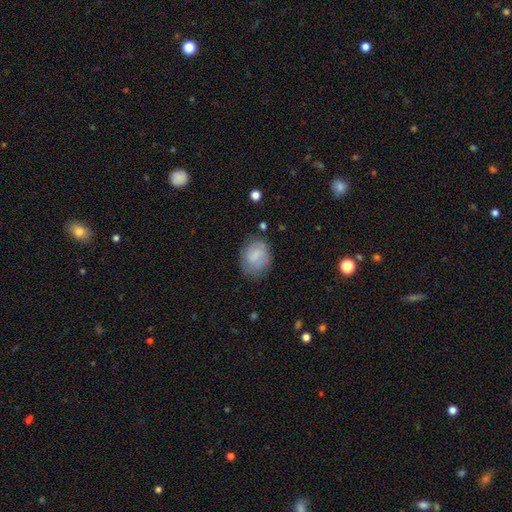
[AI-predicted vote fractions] A smooth galaxy with no disk features (76%) that is in between round and cigar-shaped (55%). Merging: none (66%).